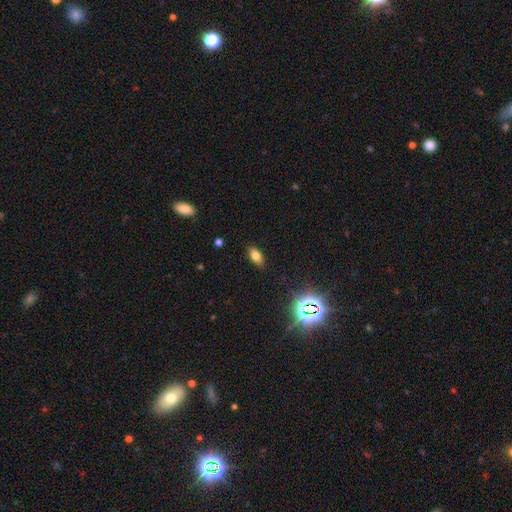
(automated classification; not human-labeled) Smooth or featured? Predicted: smooth (p=0.74). How rounded? Predicted: in between (p=0.88). Merging? Predicted: none (p=0.88).